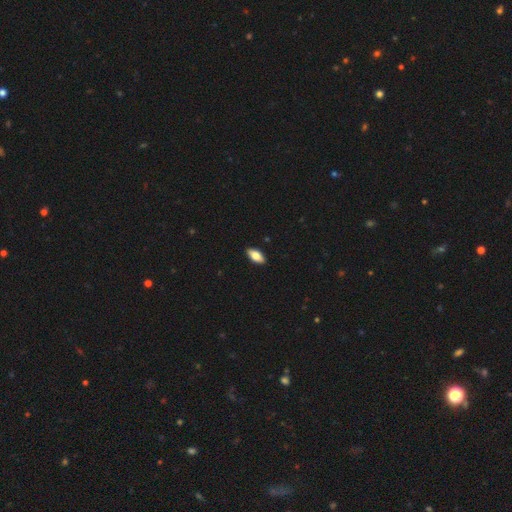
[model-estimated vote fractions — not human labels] Smooth or featured? smooth (78%)
How rounded? in between (89%)
Merging? none (90%)